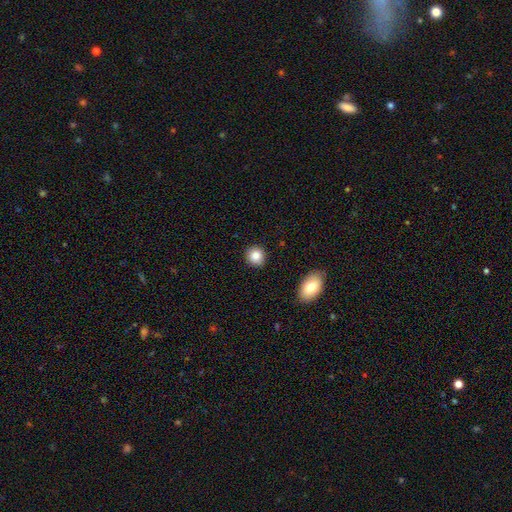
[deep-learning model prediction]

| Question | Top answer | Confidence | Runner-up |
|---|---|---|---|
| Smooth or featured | smooth | 85% | star or artifact (9%) |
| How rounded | round | 83% | in between (16%) |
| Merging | none | 90% | minor disturbance (7%) |